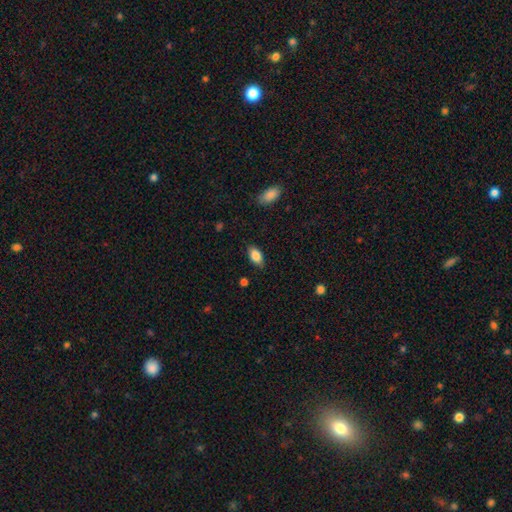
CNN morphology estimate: This is clearly a smooth galaxy (83%). How rounded: clearly in between (91%). Merging: clearly none (83%).